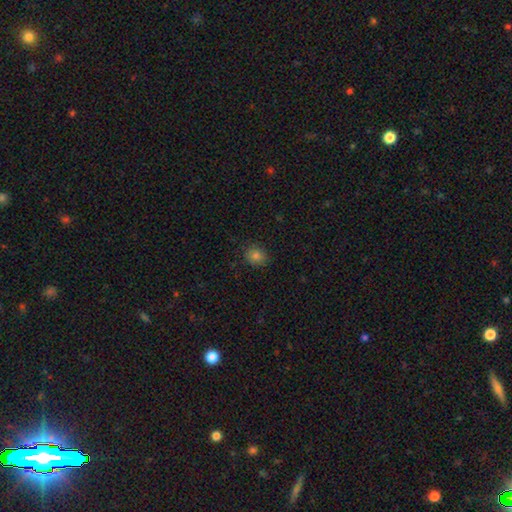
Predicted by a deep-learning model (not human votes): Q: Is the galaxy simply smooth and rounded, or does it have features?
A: smooth — 81%.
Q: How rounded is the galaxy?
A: round — 71%.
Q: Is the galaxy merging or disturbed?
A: none — 86%.